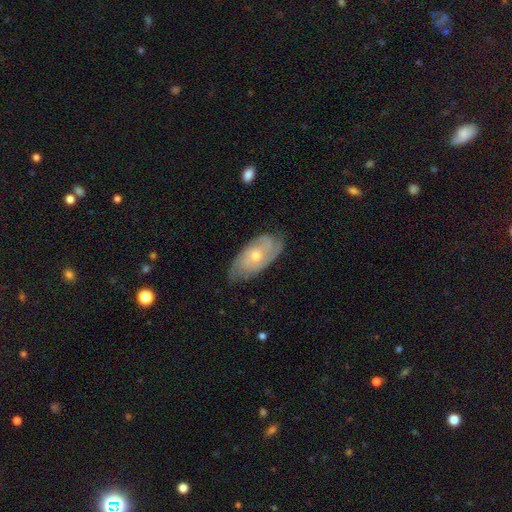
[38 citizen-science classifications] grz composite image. It shows a featured or disk galaxy (79%) with no bar (70%), 2 (48%) tight (78%) spiral arms (100%) and a moderate central bulge (70%). Merging: none (89%).